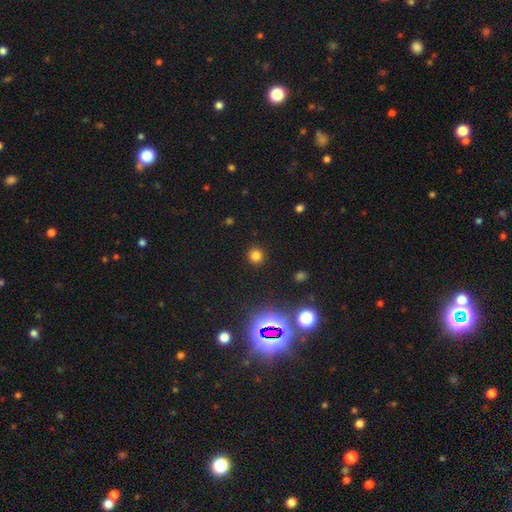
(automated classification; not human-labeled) Smooth or featured? smooth (76%)
How rounded? round (92%)
Merging? none (91%)